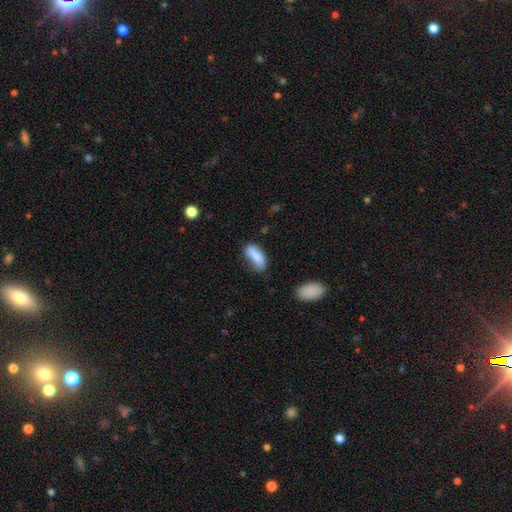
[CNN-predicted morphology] Smooth or featured?
  - smooth: 81% *
  - featured or disk: 12%
  - star or artifact: 7%
How rounded?
  - in between: 76% *
  - cigar-shaped: 22%
  - round: 3%
Merging?
  - none: 53% *
  - minor disturbance: 31%
  - major disturbance: 11%
  - merger: 5%